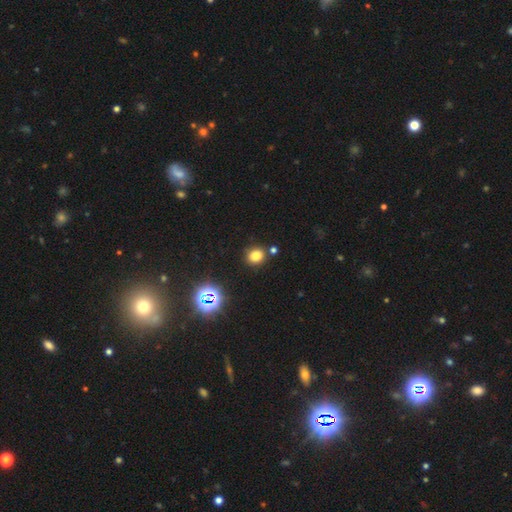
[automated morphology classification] smooth 76%, star or artifact 18%, featured or disk 6%. Down the decision tree: how rounded — round (72%); merging — none (82%).